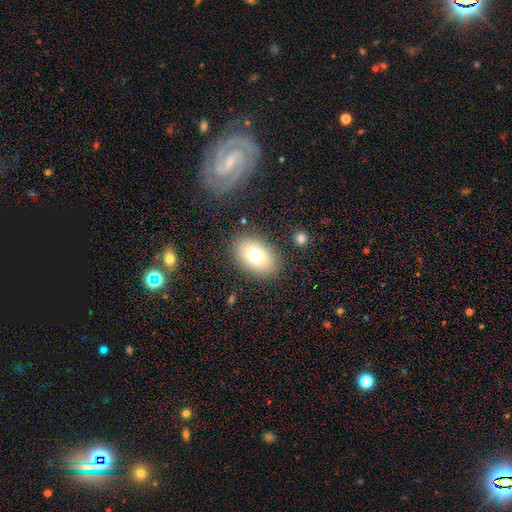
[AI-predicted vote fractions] Smooth or featured? smooth (73%)
How rounded? in between (81%)
Merging? none (85%)